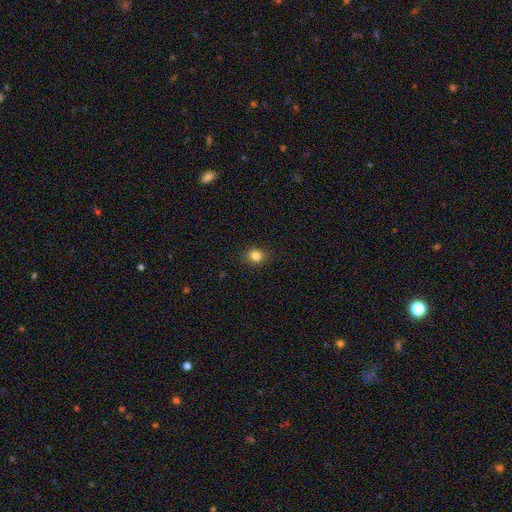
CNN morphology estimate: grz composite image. It shows a smooth galaxy with no disk features (83%) that is round (72%). Merging: none (87%).